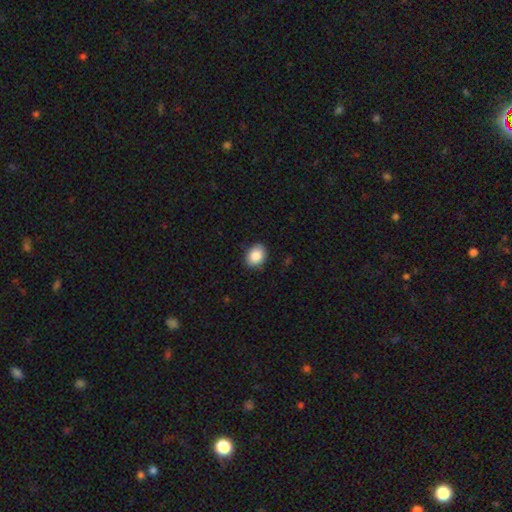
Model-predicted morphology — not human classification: Q: Smooth or featured?
A: smooth (88%); runner-up: star or artifact (8%)
Q: How rounded?
A: in between (62%); runner-up: round (37%)
Q: Merging?
A: none (85%); runner-up: minor disturbance (12%)